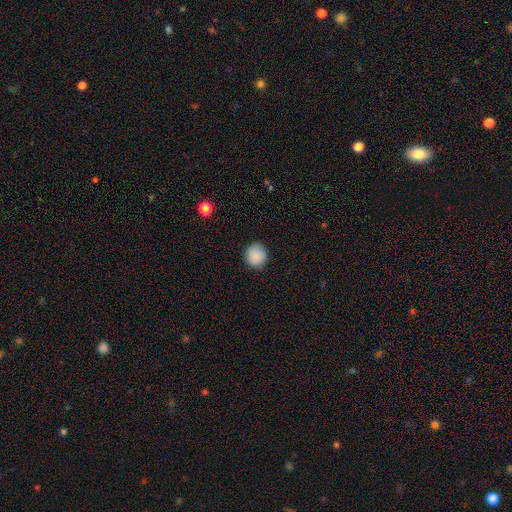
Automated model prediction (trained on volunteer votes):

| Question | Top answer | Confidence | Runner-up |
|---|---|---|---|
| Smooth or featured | smooth | 85% | star or artifact (8%) |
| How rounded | round | 93% | in between (6%) |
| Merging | none | 86% | minor disturbance (10%) |